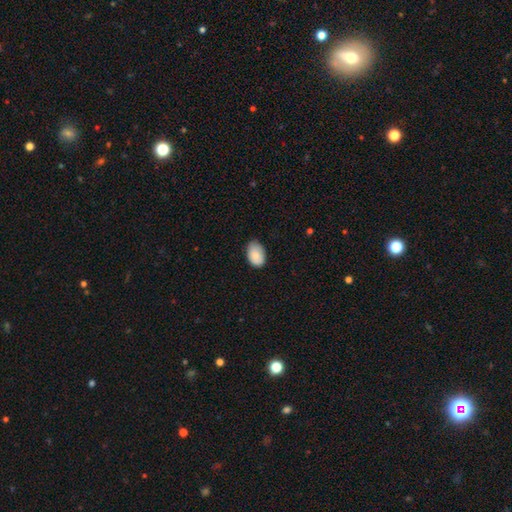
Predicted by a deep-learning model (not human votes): This appears to be a smooth galaxy with no disk features (86%) that is in between round and cigar-shaped (88%). Merging: none (69%).